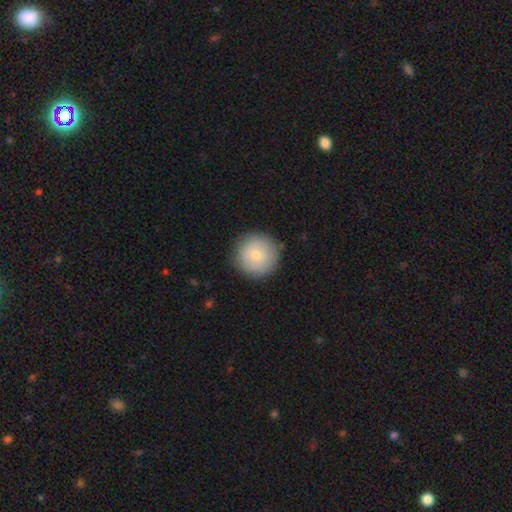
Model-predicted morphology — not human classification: The model was most divided on "smooth or featured": smooth: 80%, featured or disk: 13%, star or artifact: 7%. More confident: how rounded — round (96%); merging — none (89%).